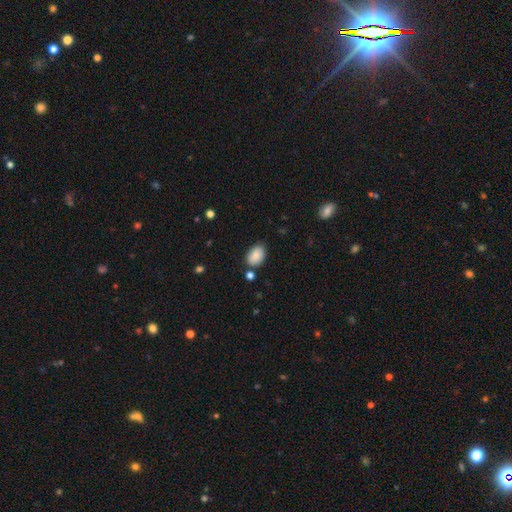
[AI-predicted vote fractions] smooth-or-featured: smooth: 85% | star or artifact: 8% | featured or disk: 7%
  how-rounded: in between: 86% | round: 12% | cigar-shaped: 1%
  merging: none: 75% | minor disturbance: 17% | merger: 5% | major disturbance: 3%